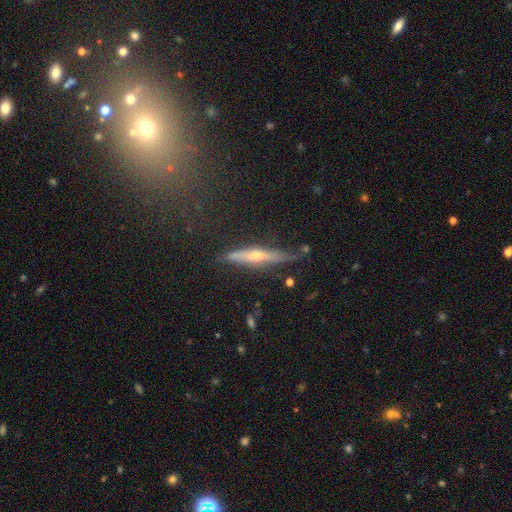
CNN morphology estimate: This is likely a featured or disk galaxy (65%). It is clearly viewed edge-on (92%). Edge-on bulge: likely rounded (76%). Merging: likely none (72%).